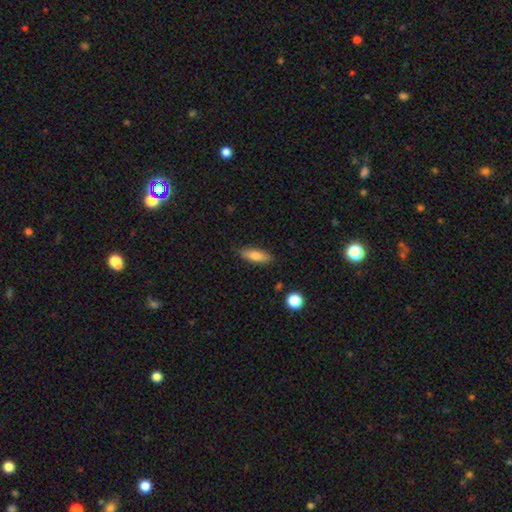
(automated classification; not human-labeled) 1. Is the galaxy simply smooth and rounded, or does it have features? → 77% smooth, 16% featured or disk, 7% star or artifact.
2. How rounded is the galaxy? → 65% in between, 32% cigar-shaped, 3% round.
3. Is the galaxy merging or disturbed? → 85% none, 12% minor disturbance, 2% major disturbance, 2% merger.